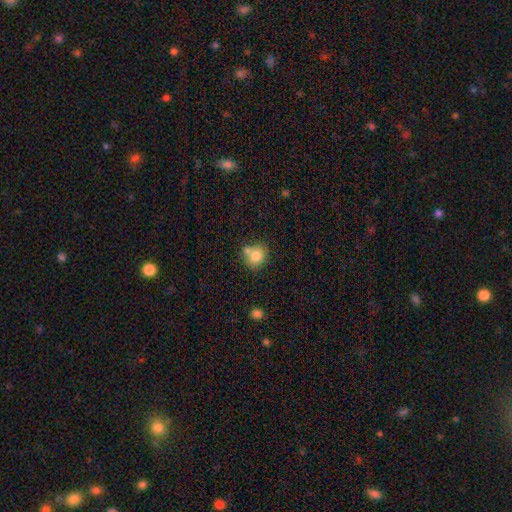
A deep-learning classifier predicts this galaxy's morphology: Smooth or featured?
  - smooth: 79% *
  - featured or disk: 11%
  - star or artifact: 10%
How rounded?
  - round: 71% *
  - in between: 28%
  - cigar-shaped: 1%
Merging?
  - none: 53% *
  - merger: 30%
  - minor disturbance: 13%
  - major disturbance: 4%